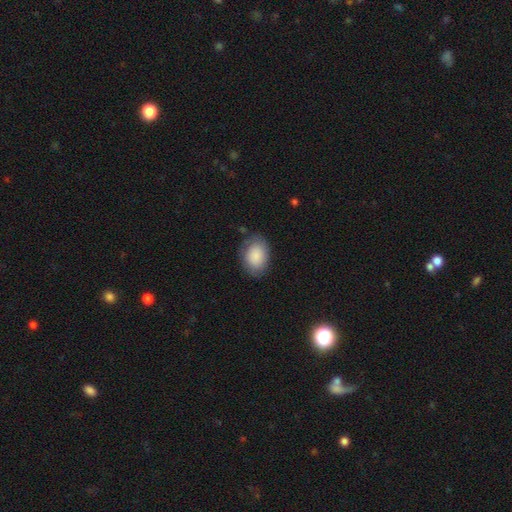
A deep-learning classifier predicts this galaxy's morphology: Smooth or featured: smooth — 86% (featured or disk — 8%)
How rounded: in between — 77% (round — 21%)
Merging: none — 75% (minor disturbance — 18%)